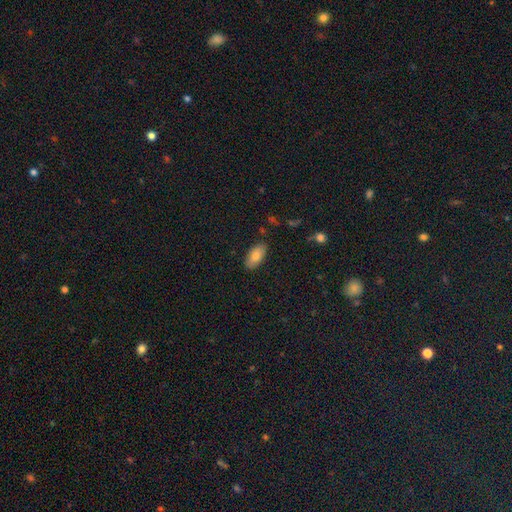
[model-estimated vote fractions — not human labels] smooth-or-featured: smooth: 79% | featured or disk: 13% | star or artifact: 7%
  how-rounded: in between: 90% | cigar-shaped: 7% | round: 3%
  merging: none: 87% | minor disturbance: 10% | major disturbance: 2% | merger: 1%